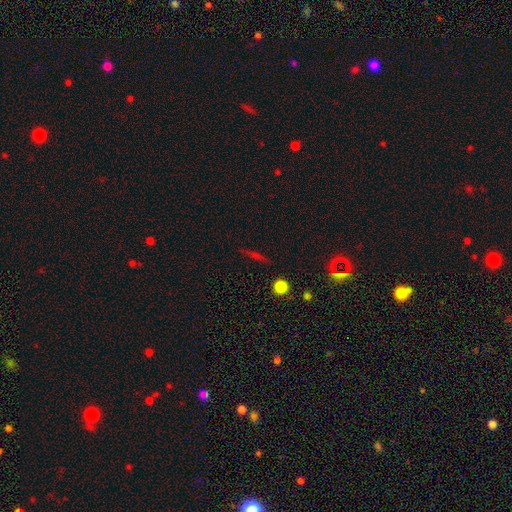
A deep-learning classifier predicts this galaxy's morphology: Overall: star or artifact (43%; smooth 37%).